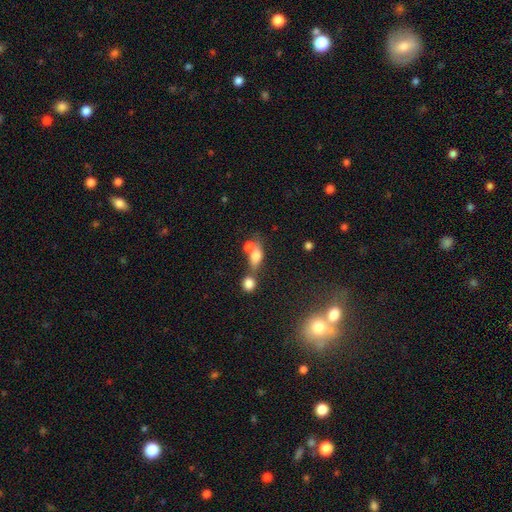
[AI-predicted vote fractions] Q: Smooth or featured?
A: smooth (68%); runner-up: featured or disk (19%)
Q: How rounded?
A: in between (64%); runner-up: round (21%)
Q: Merging?
A: merger (42%); runner-up: none (37%)